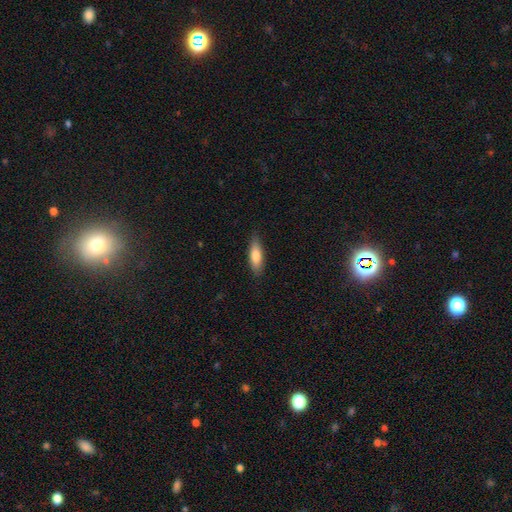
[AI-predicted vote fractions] Overall: smooth (77%). How rounded: cigar-shaped (50%; in between 48%). Merging: none (84%).